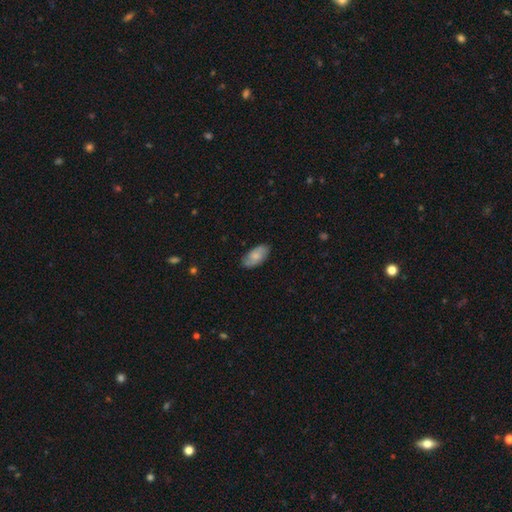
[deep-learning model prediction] A smooth galaxy with no disk features (73%) that is in between round and cigar-shaped (93%). Merging: none (80%).